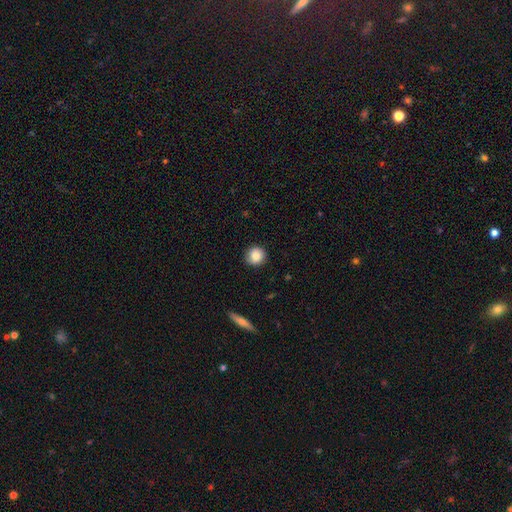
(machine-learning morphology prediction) smooth-or-featured: smooth: 87% | star or artifact: 8% | featured or disk: 5%
  how-rounded: round: 92% | in between: 7% | cigar-shaped: 1%
  merging: none: 89% | minor disturbance: 8% | major disturbance: 2% | merger: 1%